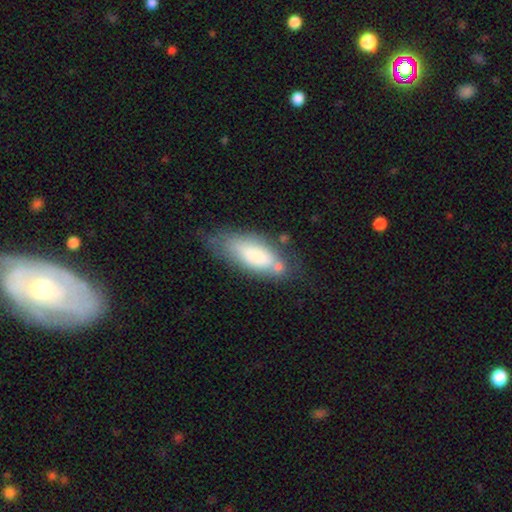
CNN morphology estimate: A smooth galaxy with no disk features (73%) that is in between round and cigar-shaped (76%).

Vote fractions:
- Smooth or featured? smooth: 73% / featured or disk: 20% / star or artifact: 7%
- How rounded? in between: 76% / cigar-shaped: 22% / round: 2%
- Merging? none: 49% / minor disturbance: 27% / merger: 12% / major disturbance: 12%